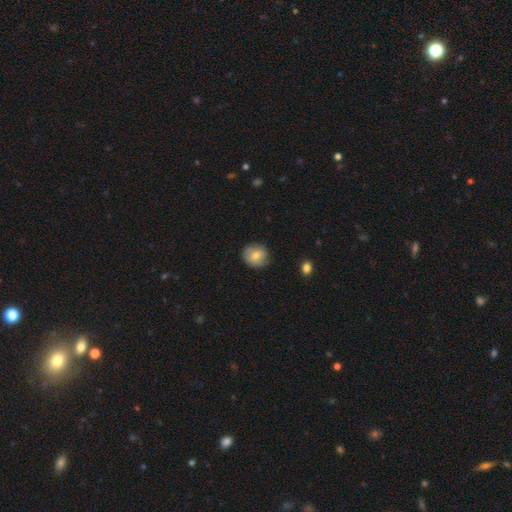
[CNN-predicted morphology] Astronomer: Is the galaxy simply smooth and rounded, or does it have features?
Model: smooth — 74%.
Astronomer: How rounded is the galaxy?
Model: round — 87%.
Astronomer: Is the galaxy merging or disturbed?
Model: none — 81%.